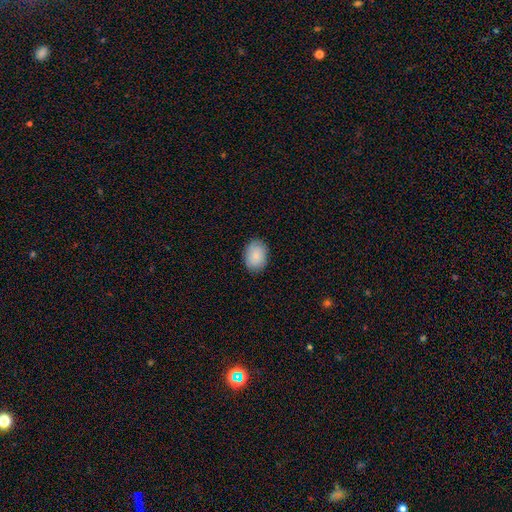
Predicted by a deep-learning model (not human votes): This is clearly a smooth galaxy (86%). How rounded: likely in between (71%). Merging: clearly none (86%).